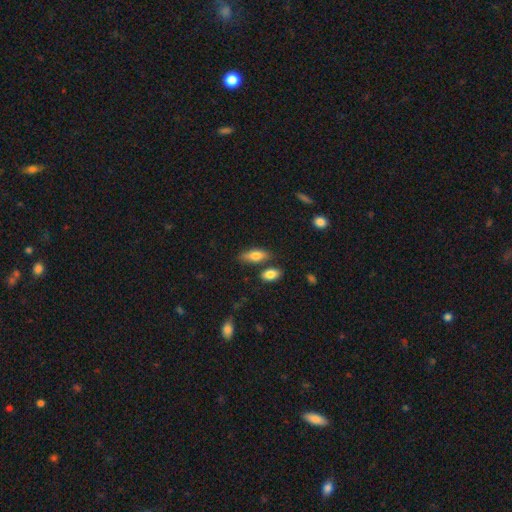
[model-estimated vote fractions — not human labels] A smooth galaxy with no disk features (74%) that is in between round and cigar-shaped (68%). Merging: none (70%).